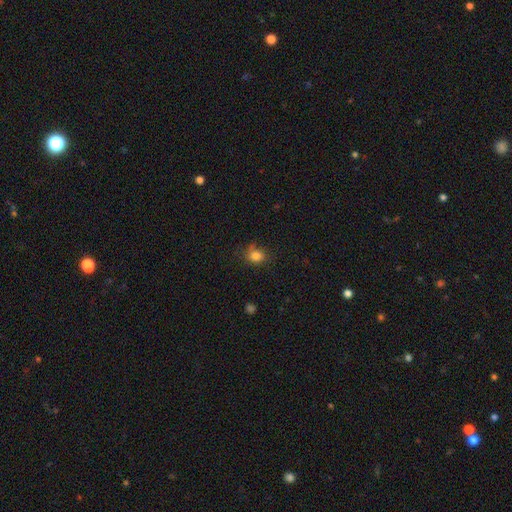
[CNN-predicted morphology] Q: Smooth or featured?
A: smooth (82%); runner-up: star or artifact (11%)
Q: How rounded?
A: round (61%); runner-up: in between (38%)
Q: Merging?
A: none (70%); runner-up: minor disturbance (21%)